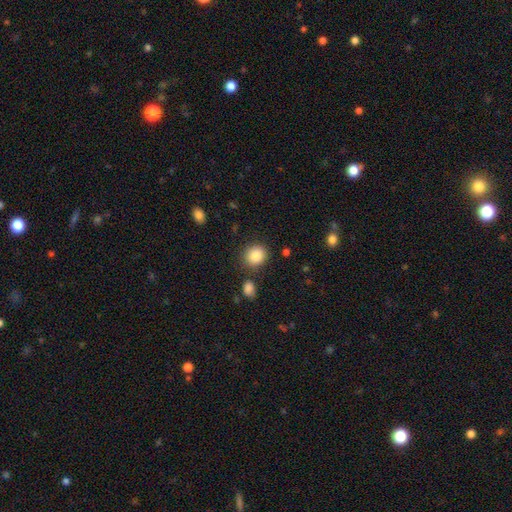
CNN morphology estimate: type=smooth (87%); roundness=round (79%); merging=none (82%).